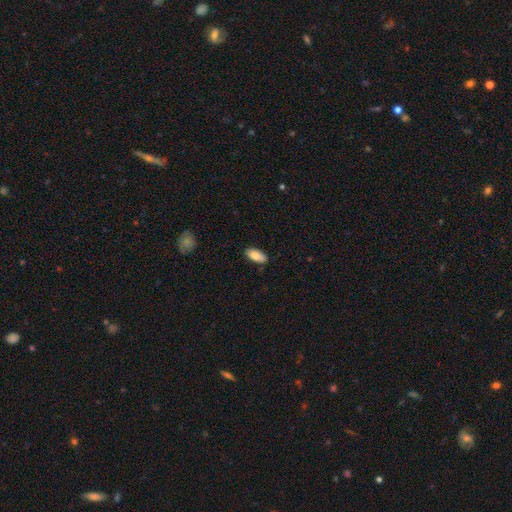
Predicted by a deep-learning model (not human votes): smooth_or_featured: smooth (p=0.83) [alt: featured or disk p=0.11]
how_rounded: in between (p=0.89) [alt: cigar-shaped p=0.09]
merging: none (p=0.86) [alt: minor disturbance p=0.11]